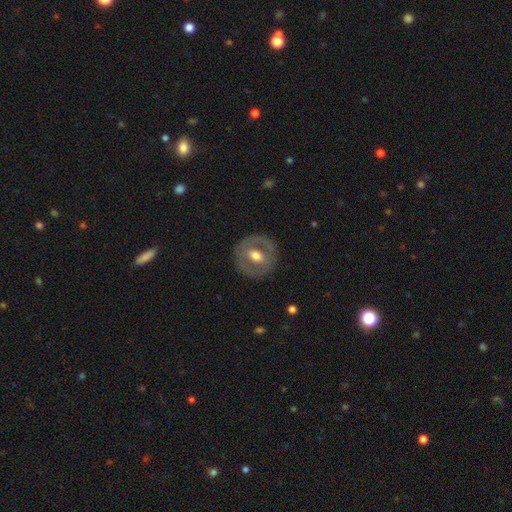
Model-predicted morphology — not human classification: Smooth or featured?
  - featured or disk: 55% *
  - smooth: 39%
  - star or artifact: 6%
Edge-on disk?
  - no: 94% *
  - yes: 6%
Bar?
  - no: 43% *
  - weak: 38%
  - strong: 19%
Spiral arms?
  - no: 81% *
  - yes: 19%
Bulge size?
  - moderate: 72% *
  - large: 17%
  - small: 8%
  - none: 1%
  - dominant: 1%
Merging?
  - none: 83% *
  - minor disturbance: 11%
  - major disturbance: 5%
  - merger: 1%